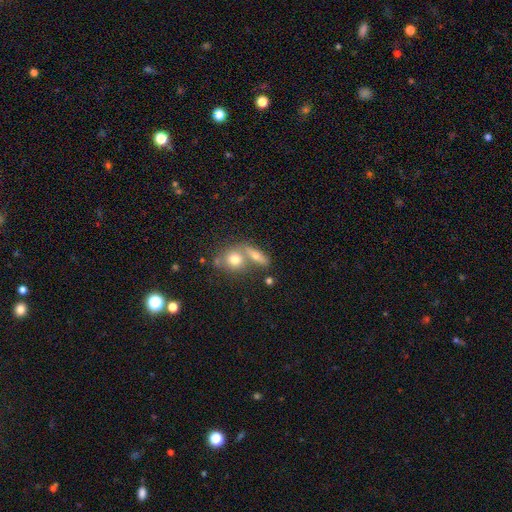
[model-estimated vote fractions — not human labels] smooth 64%, featured or disk 26%, star or artifact 10%. Down the decision tree: how rounded — in between (46%); merging — none (48%).